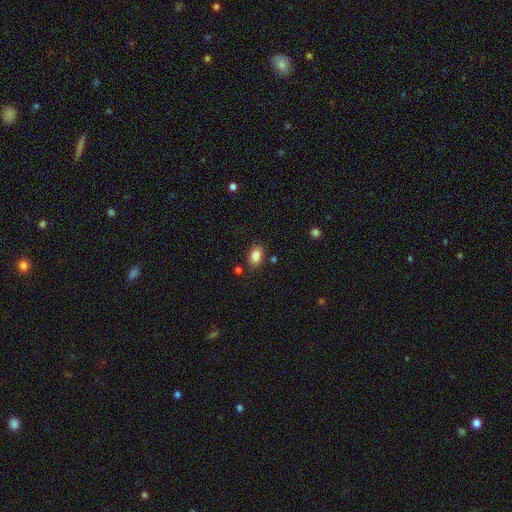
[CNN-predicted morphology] Q: Smooth or featured?
A: smooth (83%); runner-up: star or artifact (9%)
Q: How rounded?
A: in between (83%); runner-up: round (16%)
Q: Merging?
A: none (83%); runner-up: minor disturbance (11%)